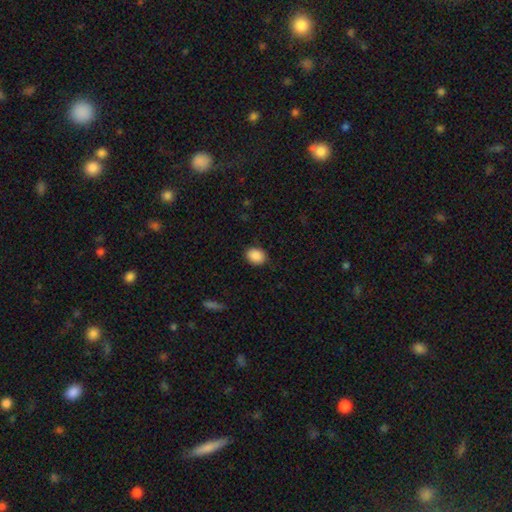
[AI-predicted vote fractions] Smooth or featured? Predicted: smooth (p=0.90). How rounded? Predicted: in between (p=0.59). Merging? Predicted: none (p=0.88).